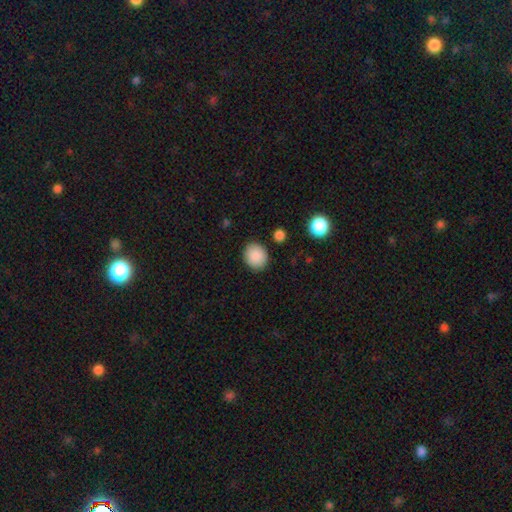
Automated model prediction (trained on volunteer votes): Q: Smooth or featured?
A: smooth (89%); runner-up: star or artifact (8%)
Q: How rounded?
A: round (73%); runner-up: in between (26%)
Q: Merging?
A: none (88%); runner-up: minor disturbance (8%)